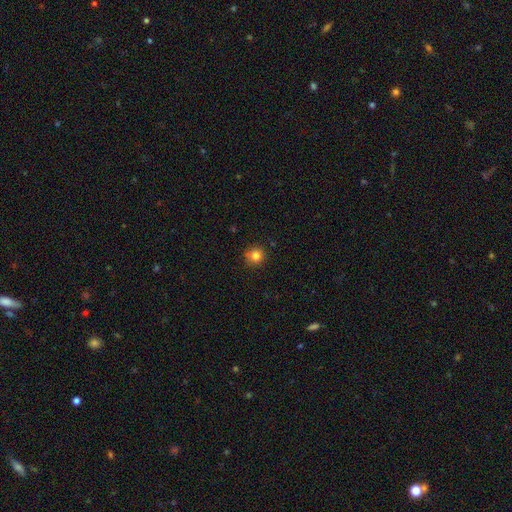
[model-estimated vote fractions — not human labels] This appears to be a smooth galaxy with no disk features (82%) that is round (91%). Merging: none (85%).